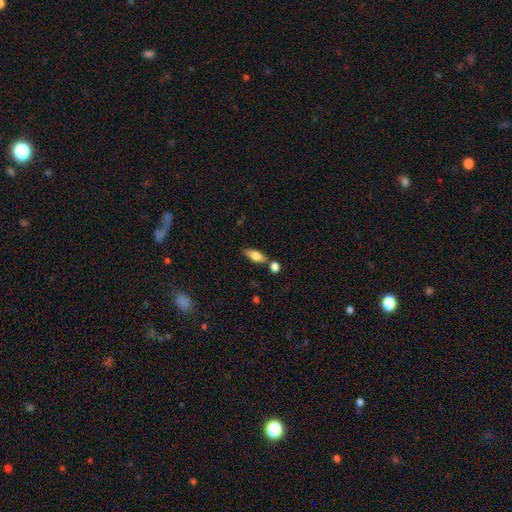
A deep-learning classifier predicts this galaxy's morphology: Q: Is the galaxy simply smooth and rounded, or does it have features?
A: smooth — 73%.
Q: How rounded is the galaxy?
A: in between — 77%.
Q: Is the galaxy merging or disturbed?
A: none — 67%.